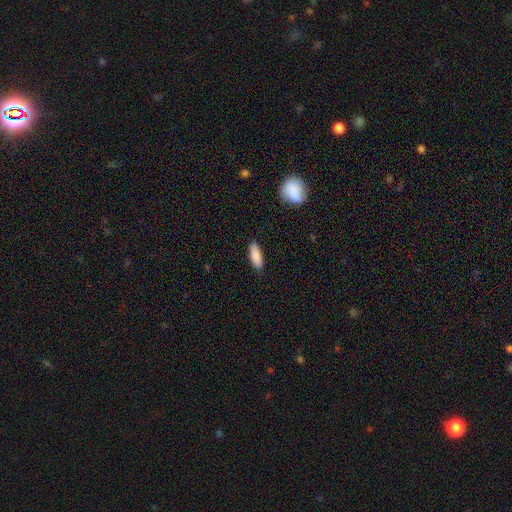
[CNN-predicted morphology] smooth-or-featured: smooth: 88% | star or artifact: 6% | featured or disk: 6%
  how-rounded: in between: 61% | cigar-shaped: 38% | round: 2%
  merging: none: 89% | minor disturbance: 8% | major disturbance: 2% | merger: 1%